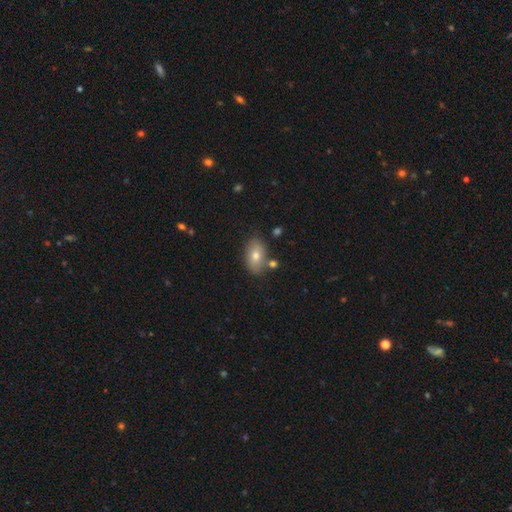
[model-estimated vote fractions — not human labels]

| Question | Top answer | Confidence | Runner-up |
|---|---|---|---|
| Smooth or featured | smooth | 71% | featured or disk (20%) |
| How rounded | in between | 88% | round (9%) |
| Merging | none | 79% | minor disturbance (12%) |